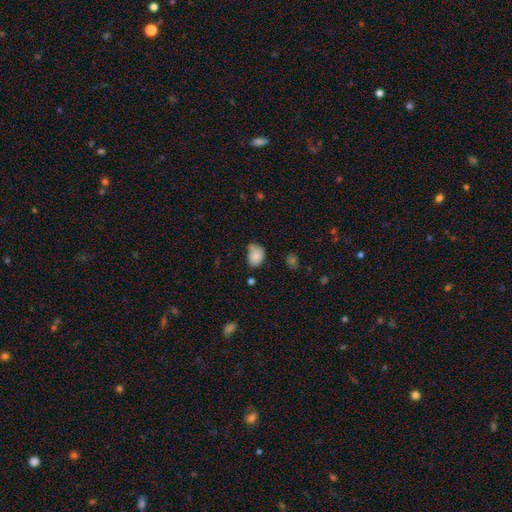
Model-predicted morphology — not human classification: Q: Smooth or featured?
A: smooth (83%); runner-up: star or artifact (9%)
Q: How rounded?
A: in between (72%); runner-up: round (27%)
Q: Merging?
A: none (47%); runner-up: minor disturbance (38%)